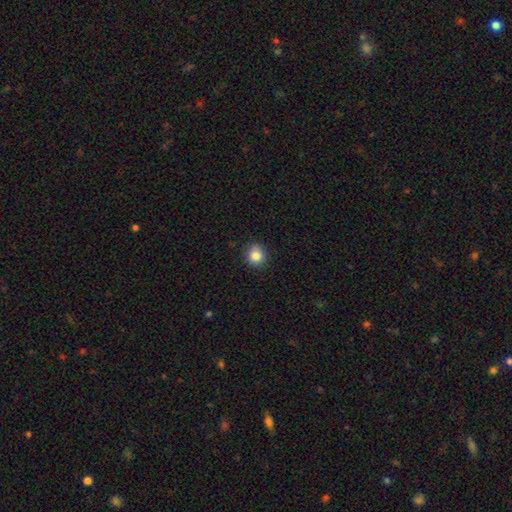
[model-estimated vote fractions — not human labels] smooth-or-featured: smooth: 85% | star or artifact: 10% | featured or disk: 5%
  how-rounded: round: 85% | in between: 14% | cigar-shaped: 1%
  merging: none: 86% | minor disturbance: 11% | major disturbance: 2% | merger: 1%